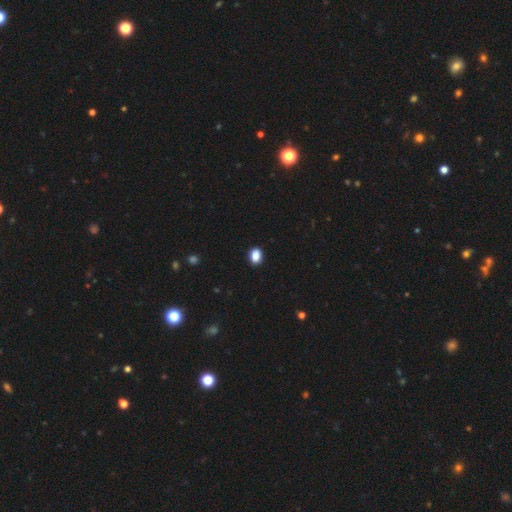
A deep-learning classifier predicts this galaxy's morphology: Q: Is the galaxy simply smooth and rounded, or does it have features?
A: smooth — 88%.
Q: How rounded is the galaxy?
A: in between — 77%.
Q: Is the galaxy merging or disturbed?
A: none — 89%.